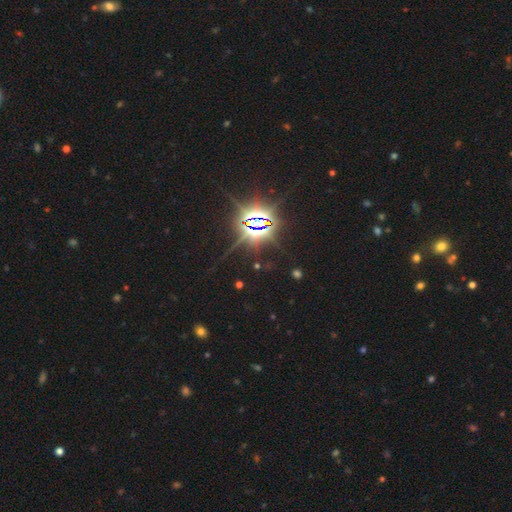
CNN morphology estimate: smooth_or_featured: star or artifact (p=0.86) [alt: smooth p=0.08]